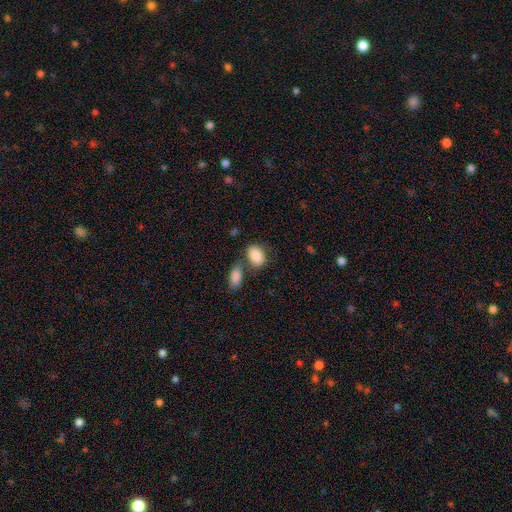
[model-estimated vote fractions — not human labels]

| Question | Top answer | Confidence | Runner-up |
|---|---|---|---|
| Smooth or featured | smooth | 86% | featured or disk (8%) |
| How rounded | in between | 84% | round (14%) |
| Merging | none | 54% | merger (26%) |